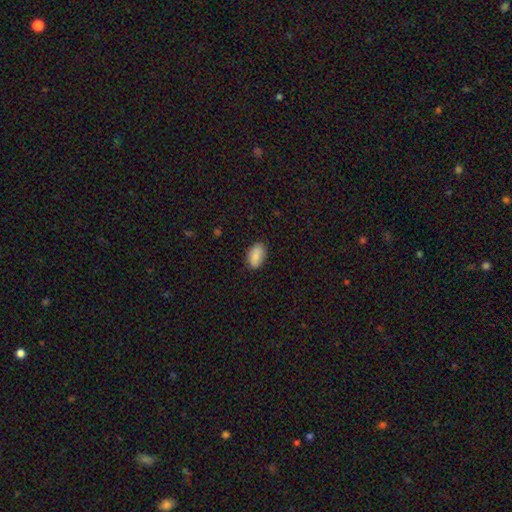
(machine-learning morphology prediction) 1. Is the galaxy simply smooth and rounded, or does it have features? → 86% smooth, 7% star or artifact, 7% featured or disk.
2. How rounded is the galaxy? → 92% in between, 5% round, 3% cigar-shaped.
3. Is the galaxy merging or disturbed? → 84% none, 12% minor disturbance, 3% major disturbance, 1% merger.